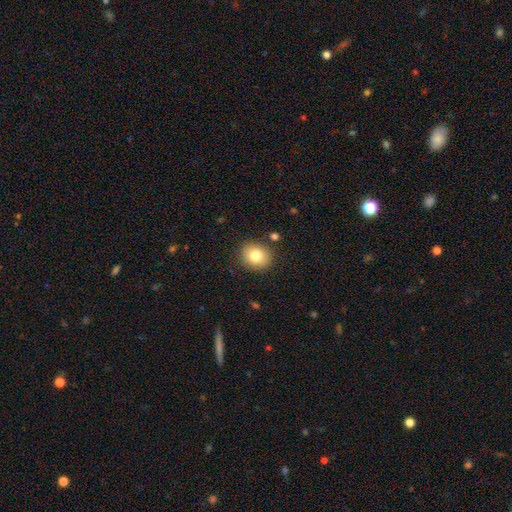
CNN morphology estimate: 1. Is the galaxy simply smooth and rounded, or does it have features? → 80% smooth, 10% featured or disk, 10% star or artifact.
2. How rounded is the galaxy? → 69% round, 30% in between, 1% cigar-shaped.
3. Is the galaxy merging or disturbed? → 86% none, 9% minor disturbance, 3% major disturbance, 3% merger.